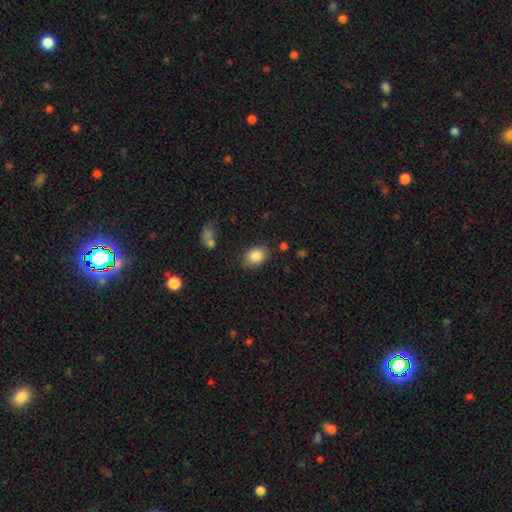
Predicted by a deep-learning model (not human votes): smooth 86%, star or artifact 8%, featured or disk 6%. Down the decision tree: how rounded — in between (74%); merging — none (81%).